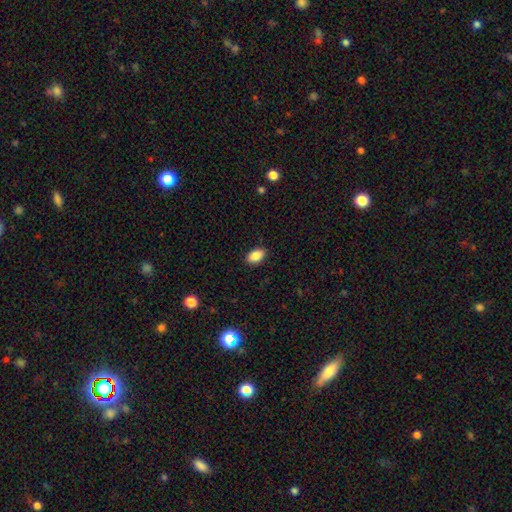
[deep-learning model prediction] A smooth galaxy with no disk features (86%) that is in between round and cigar-shaped (91%). Merging: none (88%).